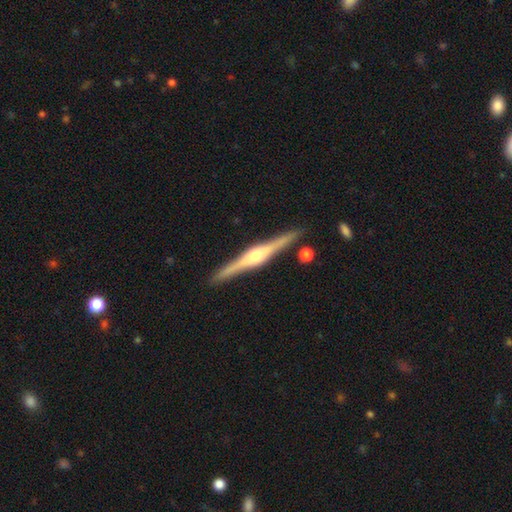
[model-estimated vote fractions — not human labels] smooth-or-featured: featured or disk: 85% | smooth: 10% | star or artifact: 5%
  disk-edge-on: yes: 98% | no: 2%
    edge-on-bulge: rounded: 89% | boxy: 8% | none: 2%
  merging: none: 91% | minor disturbance: 6% | merger: 2% | major disturbance: 1%